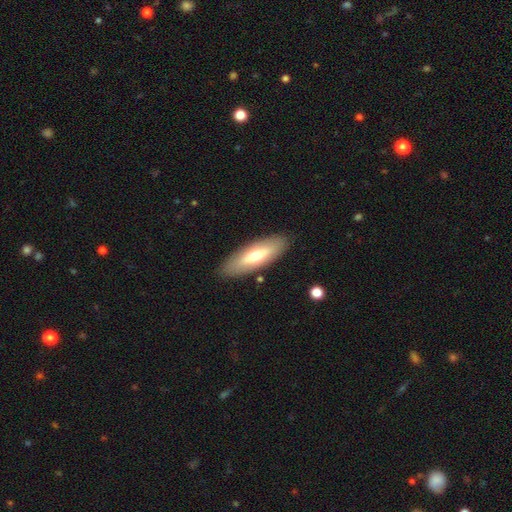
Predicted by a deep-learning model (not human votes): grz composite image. It shows a smooth galaxy with no disk features (57%) that is in between round and cigar-shaped (56%). Merging: none (87%).